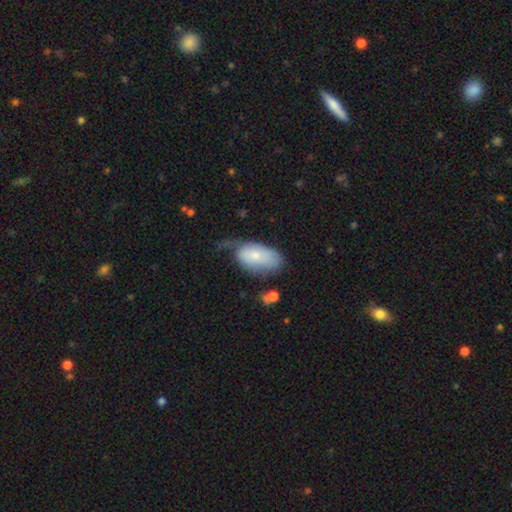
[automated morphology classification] Overall: smooth (71%). How rounded: in between (93%). Merging: minor disturbance (35%; major disturbance 31%).